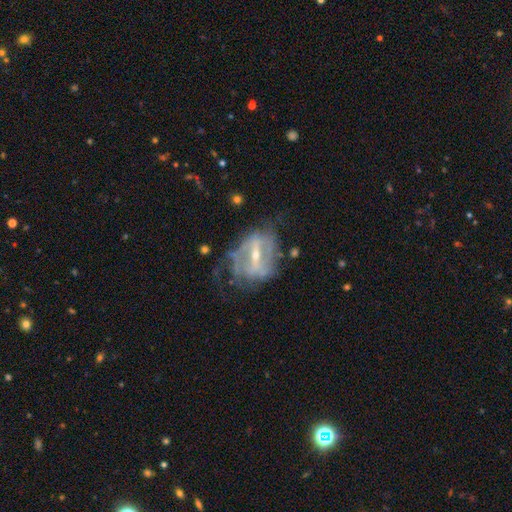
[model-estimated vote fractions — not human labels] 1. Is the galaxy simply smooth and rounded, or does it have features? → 83% featured or disk, 10% smooth, 7% star or artifact.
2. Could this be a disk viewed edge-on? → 91% no, 9% yes.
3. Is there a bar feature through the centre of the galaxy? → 66% strong, 25% weak, 9% no.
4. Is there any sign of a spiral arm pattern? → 70% yes, 30% no.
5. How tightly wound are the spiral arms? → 39% medium, 36% tight, 25% loose.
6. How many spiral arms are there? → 48% 2, 34% can't tell, 7% 3, 5% 1, 3% 4, 2% more than 4.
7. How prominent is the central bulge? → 56% small, 40% moderate, 2% large, 2% none, 1% dominant.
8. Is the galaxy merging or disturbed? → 50% none, 24% minor disturbance, 23% major disturbance, 3% merger.